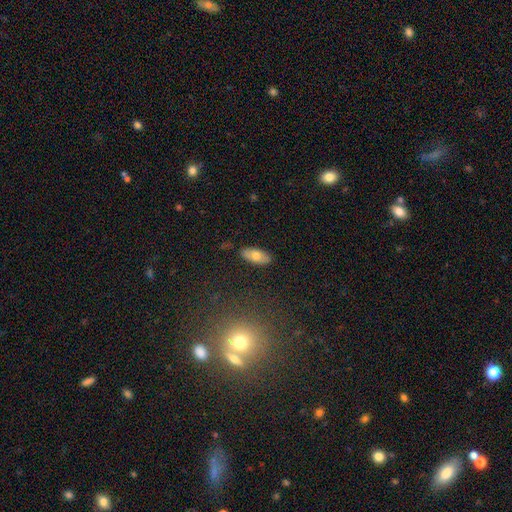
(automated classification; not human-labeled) This appears to be a smooth galaxy with no disk features (69%) that is in between round and cigar-shaped (86%). Merging: none (86%).